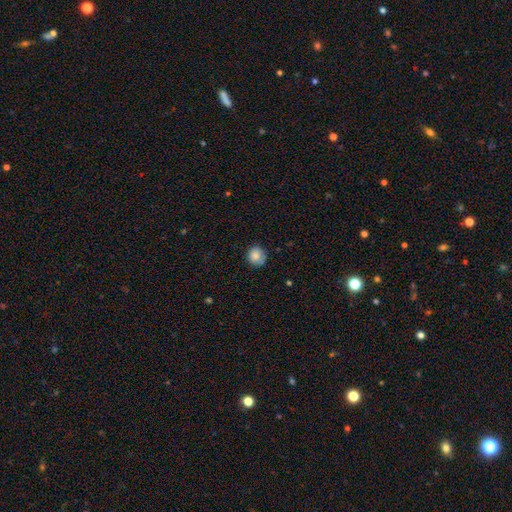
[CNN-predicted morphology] The model was most divided on "merging": none: 75%, minor disturbance: 20%, major disturbance: 4%, merger: 2%. More confident: how rounded — round (85%); smooth or featured — smooth (83%).